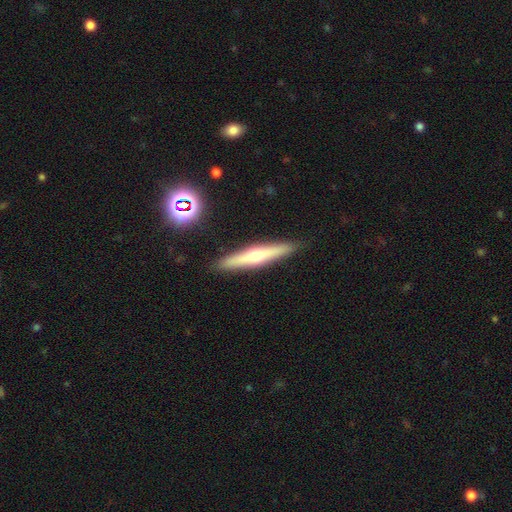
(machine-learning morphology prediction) Smooth or featured?
  - featured or disk: 58% *
  - smooth: 35%
  - star or artifact: 7%
Edge-on disk?
  - yes: 94% *
  - no: 6%
Edge-on bulge?
  - rounded: 87% *
  - none: 10%
  - boxy: 3%
Merging?
  - none: 90% *
  - minor disturbance: 7%
  - major disturbance: 1%
  - merger: 1%